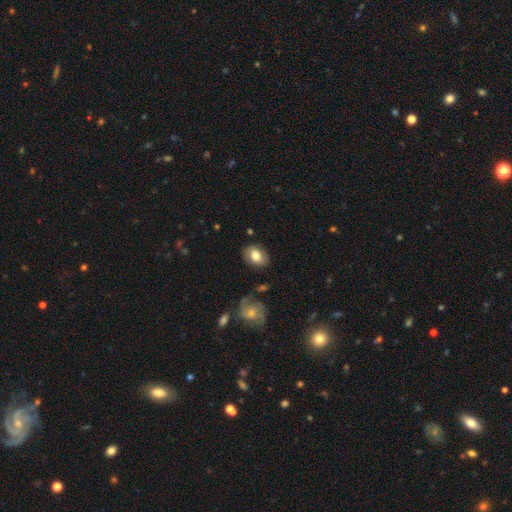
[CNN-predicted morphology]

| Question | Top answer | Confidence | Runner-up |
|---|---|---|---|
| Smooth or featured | smooth | 77% | featured or disk (17%) |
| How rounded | in between | 76% | round (22%) |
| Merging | none | 80% | minor disturbance (14%) |